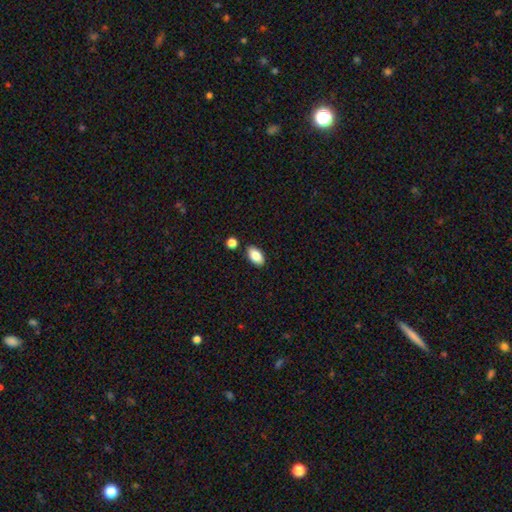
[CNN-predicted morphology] A smooth galaxy with no disk features (84%) that is in between round and cigar-shaped (93%). Merging: none (85%).